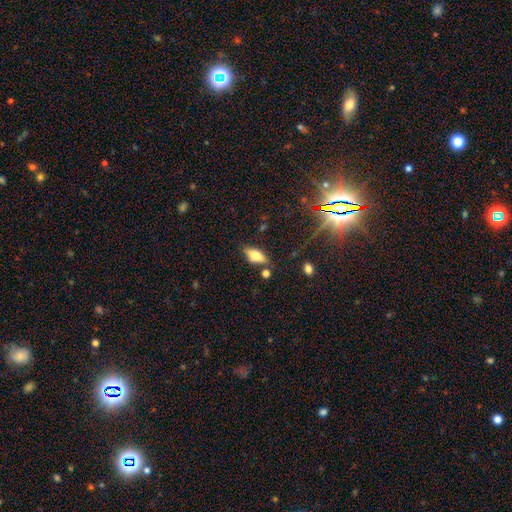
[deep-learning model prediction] smooth 66%, featured or disk 25%, star or artifact 9%. Down the decision tree: how rounded — in between (78%); merging — none (76%).